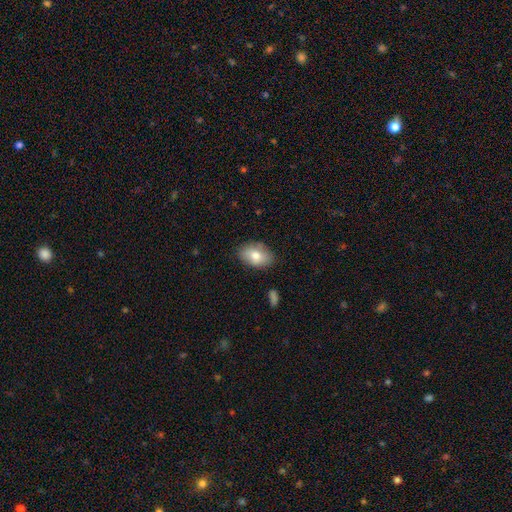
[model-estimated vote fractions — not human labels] Smooth or featured: smooth — 76% (featured or disk — 17%)
How rounded: in between — 87% (round — 12%)
Merging: none — 80% (minor disturbance — 15%)